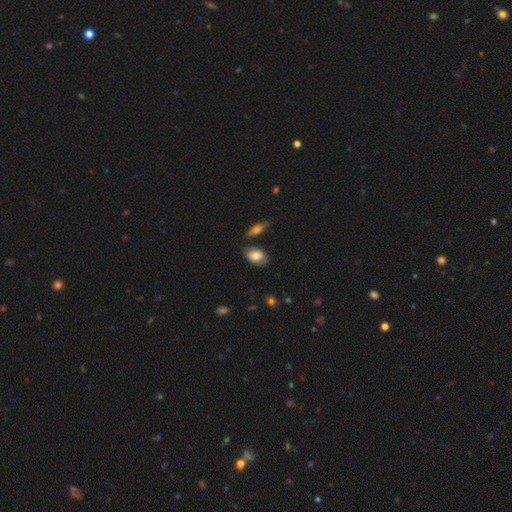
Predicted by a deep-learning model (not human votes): This appears to be a smooth galaxy with no disk features (78%) that is in between round and cigar-shaped (90%). Merging: none (67%).